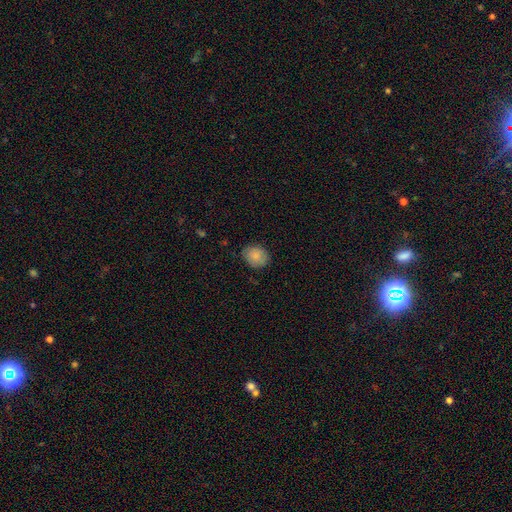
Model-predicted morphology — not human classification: smooth_or_featured: smooth (p=0.84) [alt: featured or disk p=0.09]
how_rounded: round (p=0.58) [alt: in between p=0.41]
merging: none (p=0.81) [alt: minor disturbance p=0.15]